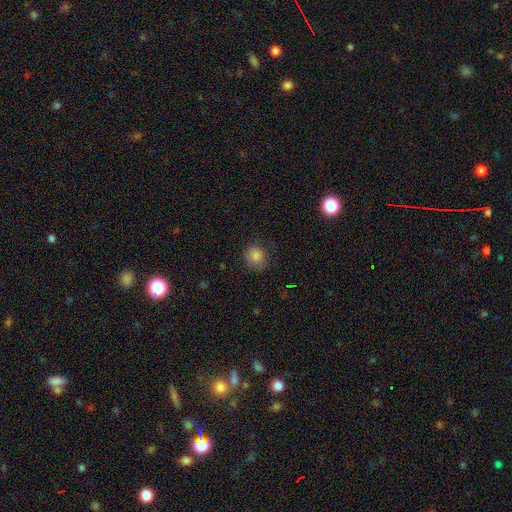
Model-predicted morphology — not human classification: Smooth or featured?
  - smooth: 82% *
  - star or artifact: 12%
  - featured or disk: 7%
How rounded?
  - round: 77% *
  - in between: 22%
  - cigar-shaped: 1%
Merging?
  - none: 73% *
  - minor disturbance: 20%
  - major disturbance: 6%
  - merger: 1%